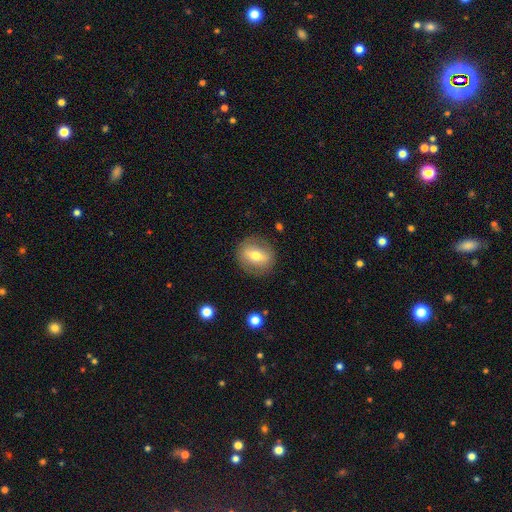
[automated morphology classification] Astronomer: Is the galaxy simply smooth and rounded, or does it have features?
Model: smooth — 58% (runner-up: featured or disk, 34%).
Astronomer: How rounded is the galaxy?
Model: round — 68%.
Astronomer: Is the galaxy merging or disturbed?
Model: none — 84%.